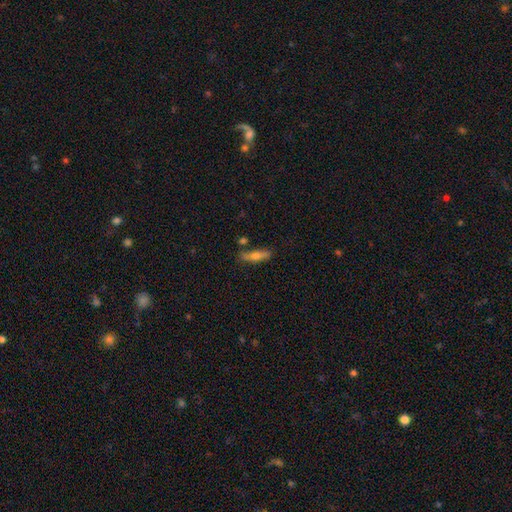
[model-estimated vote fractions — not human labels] smooth 59%, featured or disk 34%, star or artifact 7%. Down the decision tree: how rounded — cigar-shaped (68%); merging — none (72%).